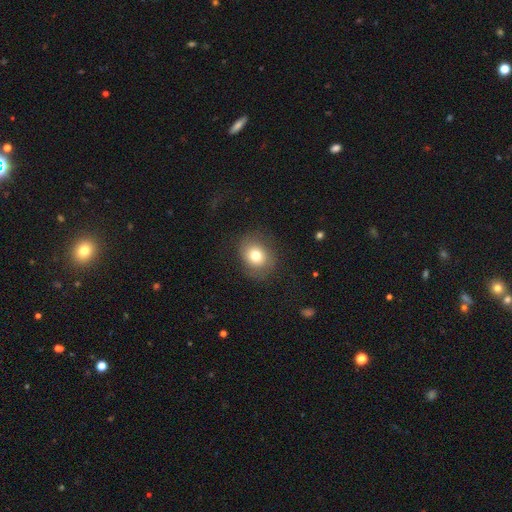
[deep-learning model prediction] A smooth galaxy with no disk features (71%) that is round (62%). Merging: none (74%).